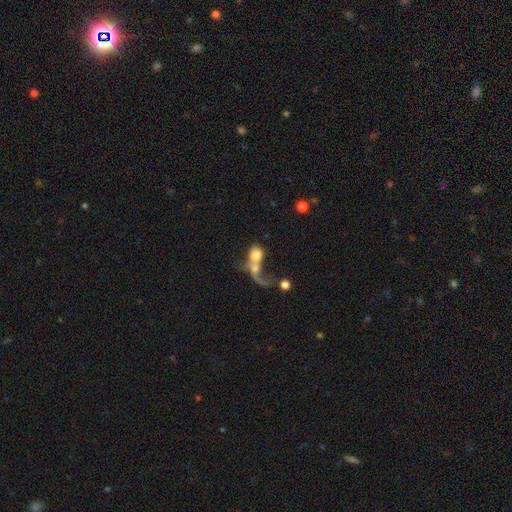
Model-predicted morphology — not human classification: Overall: smooth (52%; featured or disk 38%). How rounded: in between (55%; round 40%). Merging: merger (66%).